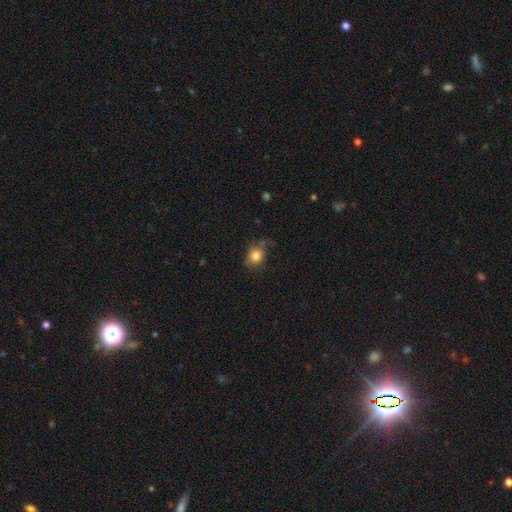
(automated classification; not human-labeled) Morphology: type=smooth (83%); roundness=round (60%); merging=none (65%).